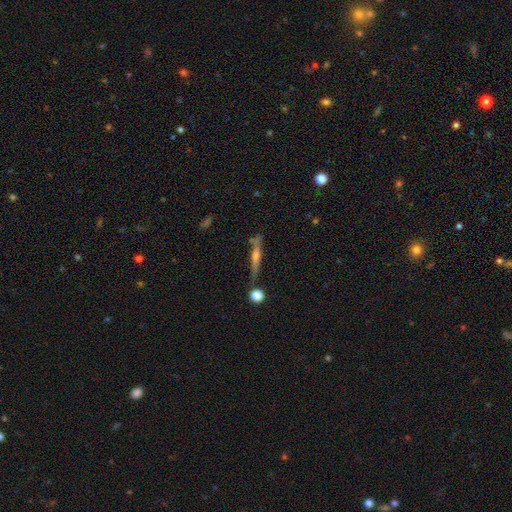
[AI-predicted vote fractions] Q: Smooth or featured?
A: featured or disk (72%); runner-up: smooth (19%)
Q: Edge-on disk?
A: yes (95%); runner-up: no (5%)
Q: Edge-on bulge?
A: rounded (77%); runner-up: none (14%)
Q: Merging?
A: none (76%); runner-up: minor disturbance (13%)